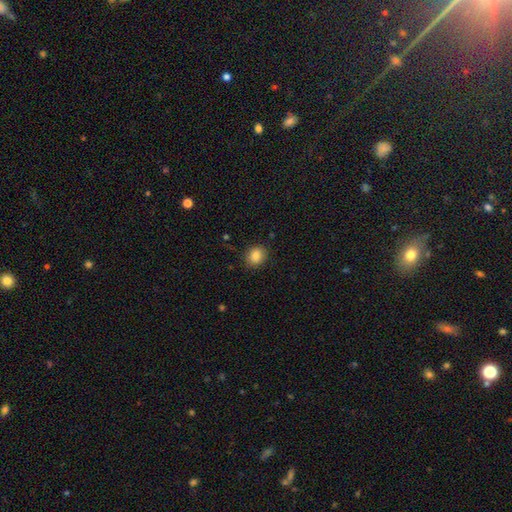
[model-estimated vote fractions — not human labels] Morphology: type=smooth (85%); roundness=round (62%); merging=none (86%).